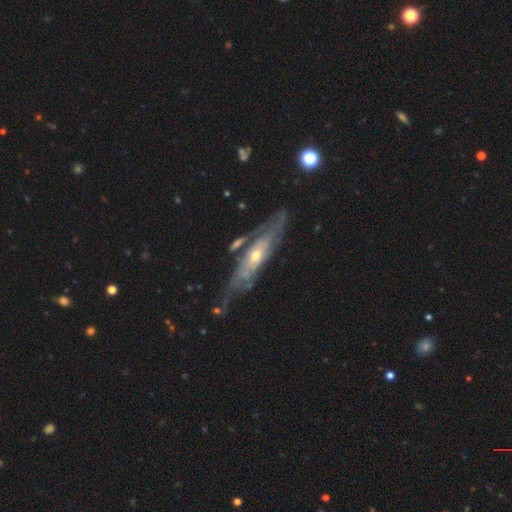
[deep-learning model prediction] A featured or disk galaxy (78%) with no bar (76%), spiral arms (69%) and a moderate central bulge (50%).

Vote fractions:
- Smooth or featured? featured or disk: 78% / smooth: 16% / star or artifact: 5%
- Edge-on disk? no: 70% / yes: 30%
- Bar? no: 76% / weak: 18% / strong: 6%
- Spiral arms? yes: 69% / no: 31%
- Bulge size? moderate: 50% / small: 45% / large: 3% / none: 1% / dominant: 1%
- Merging? none: 55% / minor disturbance: 22% / major disturbance: 15% / merger: 8%